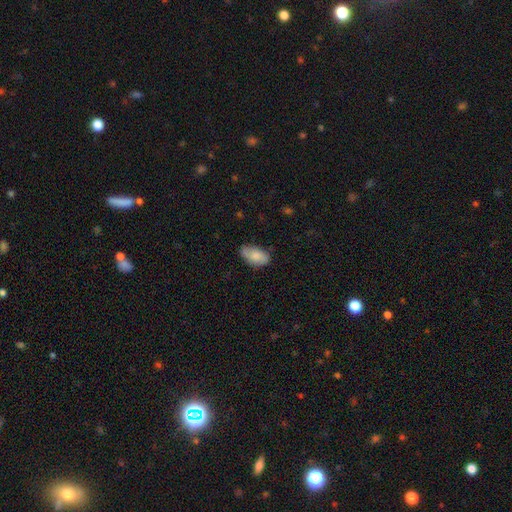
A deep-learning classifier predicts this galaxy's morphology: Smooth or featured: smooth — 77% (featured or disk — 17%)
How rounded: in between — 94% (round — 4%)
Merging: none — 71% (minor disturbance — 23%)